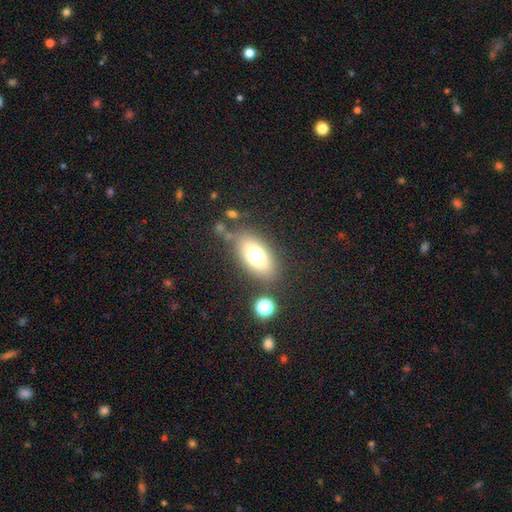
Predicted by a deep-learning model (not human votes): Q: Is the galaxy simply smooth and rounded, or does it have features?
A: smooth — 69%.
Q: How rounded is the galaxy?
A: in between — 84%.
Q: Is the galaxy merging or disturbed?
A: none — 74%.